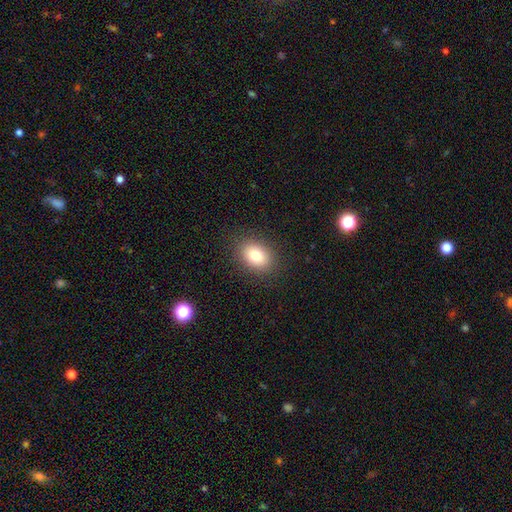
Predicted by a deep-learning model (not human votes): Q: Smooth or featured?
A: smooth (80%); runner-up: star or artifact (10%)
Q: How rounded?
A: in between (70%); runner-up: round (29%)
Q: Merging?
A: none (88%); runner-up: minor disturbance (8%)